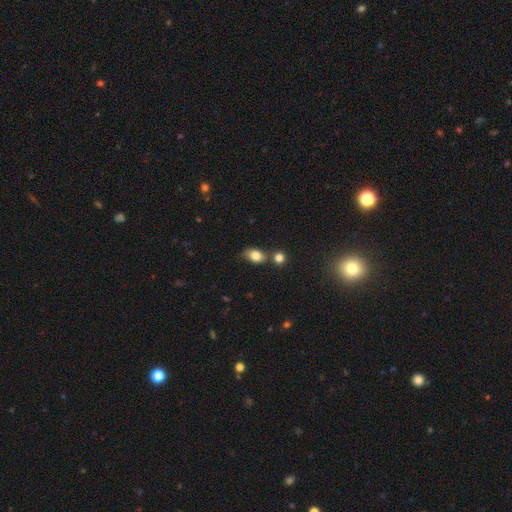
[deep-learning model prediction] This is clearly a smooth galaxy (81%). How rounded: likely in between (74%). Merging: possibly none (55%).